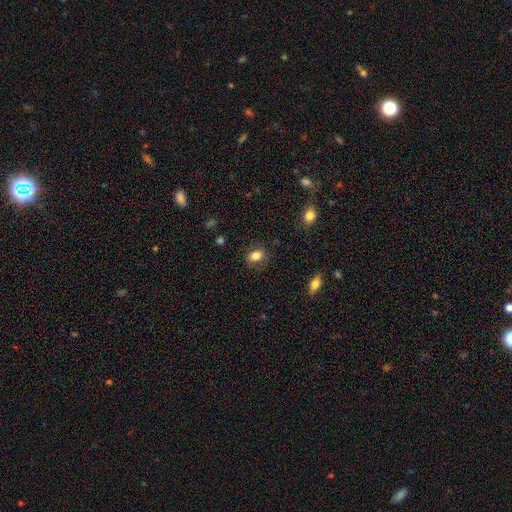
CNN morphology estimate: Q: Smooth or featured?
A: smooth (81%); runner-up: featured or disk (10%)
Q: How rounded?
A: in between (71%); runner-up: round (28%)
Q: Merging?
A: none (79%); runner-up: minor disturbance (15%)